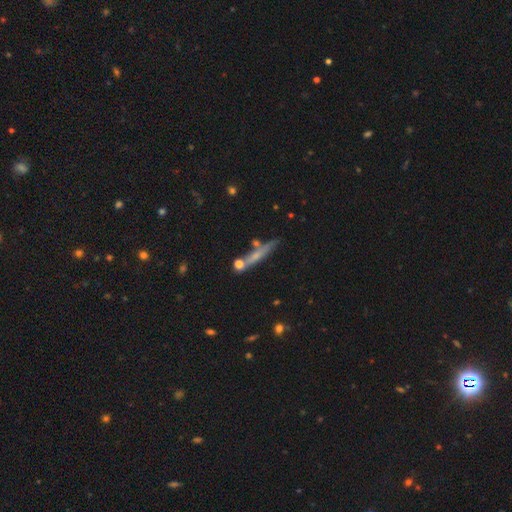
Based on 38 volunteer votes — Overall: smooth (50%; featured or disk 47%). How rounded: cigar-shaped (89%). Merging: none (73%).